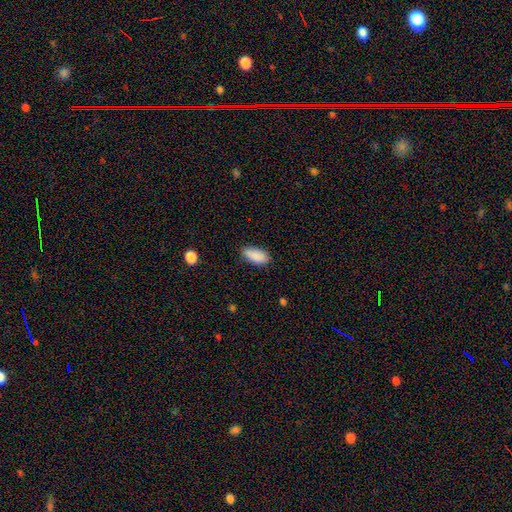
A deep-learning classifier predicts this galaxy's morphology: Smooth or featured?
  - smooth: 89% *
  - star or artifact: 7%
  - featured or disk: 4%
How rounded?
  - in between: 90% *
  - cigar-shaped: 8%
  - round: 2%
Merging?
  - none: 80% *
  - minor disturbance: 16%
  - major disturbance: 3%
  - merger: 1%